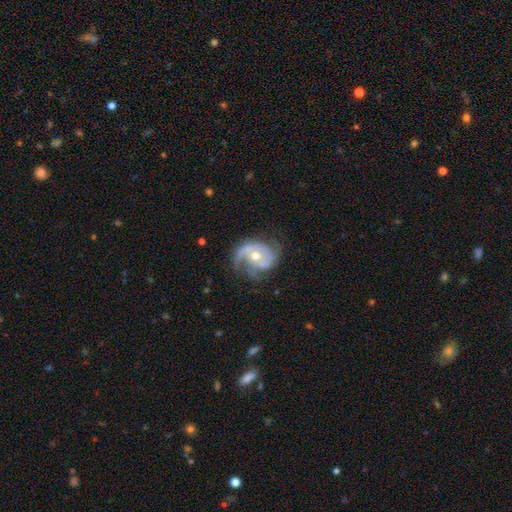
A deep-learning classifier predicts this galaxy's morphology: Q: Smooth or featured?
A: featured or disk (87%); runner-up: smooth (8%)
Q: Edge-on disk?
A: no (98%); runner-up: yes (2%)
Q: Bar?
A: no (66%); runner-up: weak (26%)
Q: Spiral arms?
A: yes (96%); runner-up: no (4%)
Q: Spiral winding?
A: medium (45%); runner-up: tight (31%)
Q: Spiral arm count?
A: 2 (48%); runner-up: 3 (23%)
Q: Bulge size?
A: moderate (66%); runner-up: small (30%)
Q: Merging?
A: none (61%); runner-up: minor disturbance (23%)